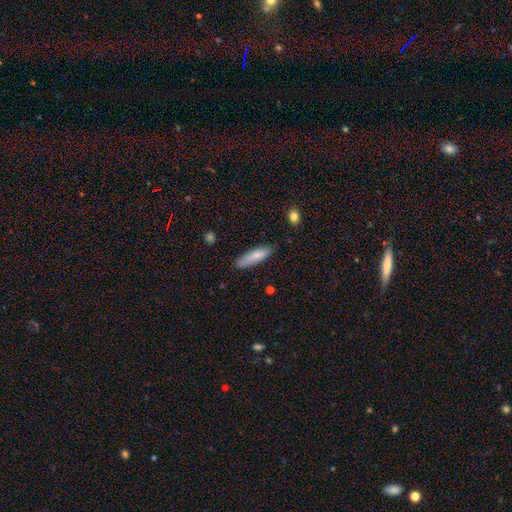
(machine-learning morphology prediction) smooth_or_featured: smooth (p=0.79) [alt: featured or disk p=0.15]
how_rounded: cigar-shaped (p=0.65) [alt: in between p=0.33]
merging: none (p=0.79) [alt: minor disturbance p=0.17]